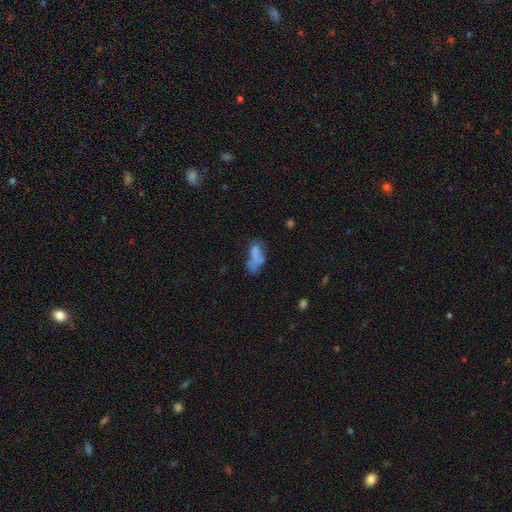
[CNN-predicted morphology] smooth_or_featured: smooth (p=0.59) [alt: featured or disk p=0.28]
how_rounded: in between (p=0.81) [alt: cigar-shaped p=0.14]
merging: none (p=0.28) [alt: major disturbance p=0.26]